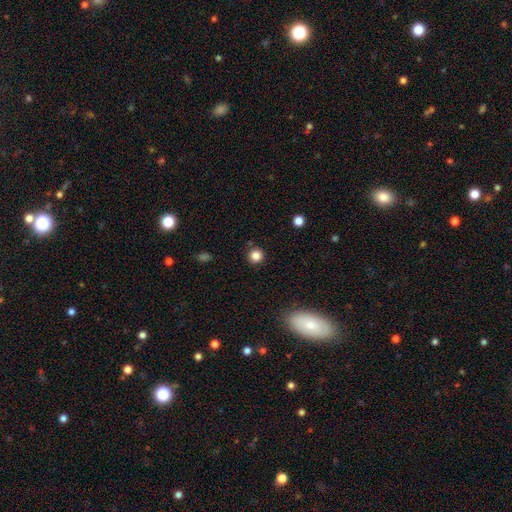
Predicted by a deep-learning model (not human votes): This appears to be a smooth galaxy with no disk features (84%) that is round (94%). Merging: none (90%).